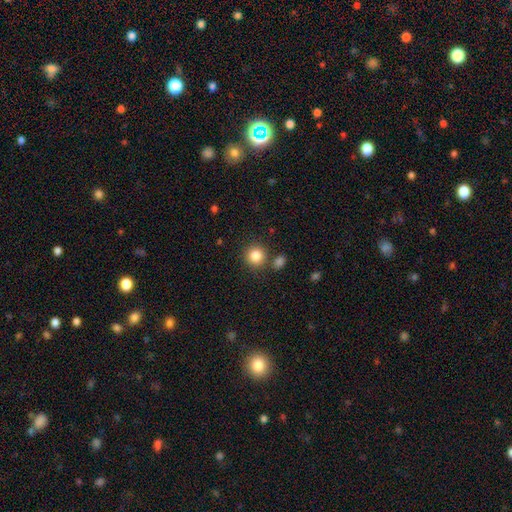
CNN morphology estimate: A smooth galaxy with no disk features (85%) that is round (92%). Merging: none (80%).